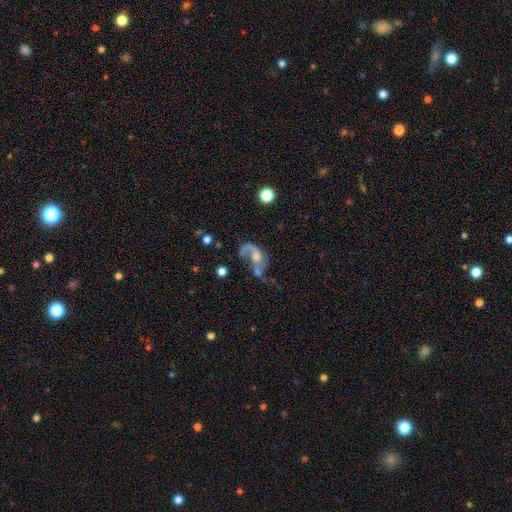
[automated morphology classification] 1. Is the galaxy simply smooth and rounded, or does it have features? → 70% featured or disk, 18% smooth, 12% star or artifact.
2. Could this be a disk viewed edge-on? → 96% no, 4% yes.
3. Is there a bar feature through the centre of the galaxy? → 69% no, 25% weak, 5% strong.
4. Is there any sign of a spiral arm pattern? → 78% yes, 22% no.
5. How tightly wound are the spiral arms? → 72% loose, 22% medium, 6% tight.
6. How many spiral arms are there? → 50% 1, 41% 2, 6% can't tell, 1% 3, 1% 4, 1% more than 4.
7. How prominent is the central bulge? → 43% moderate, 30% small, 15% none, 9% large, 2% dominant.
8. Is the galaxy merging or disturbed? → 36% major disturbance, 26% merger, 24% none, 14% minor disturbance.